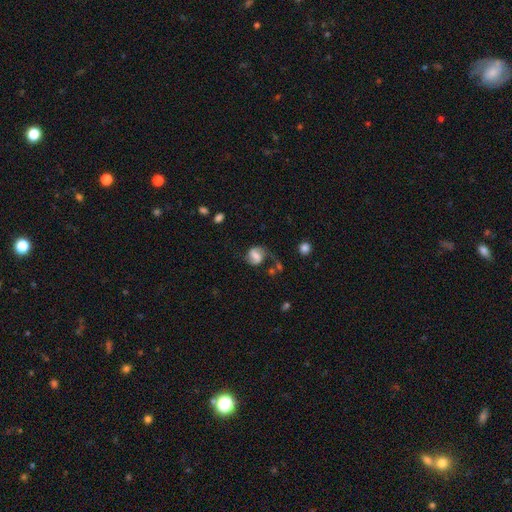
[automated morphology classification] Smooth or featured? featured or disk (67%)
Edge-on disk? no (98%)
Bar? weak (46%)
Spiral arms? yes (91%)
Spiral winding? medium (47%)
Spiral arm count? 2 (81%)
Bulge size? moderate (40%)
Merging? none (57%)